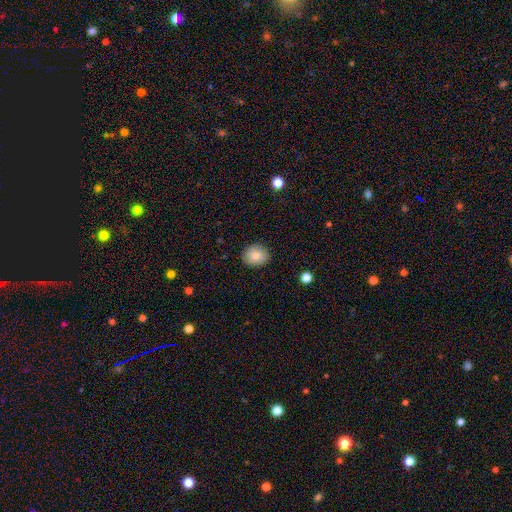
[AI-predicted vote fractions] Smooth or featured: smooth — 83% (star or artifact — 8%)
How rounded: round — 72% (in between — 27%)
Merging: none — 89% (minor disturbance — 8%)